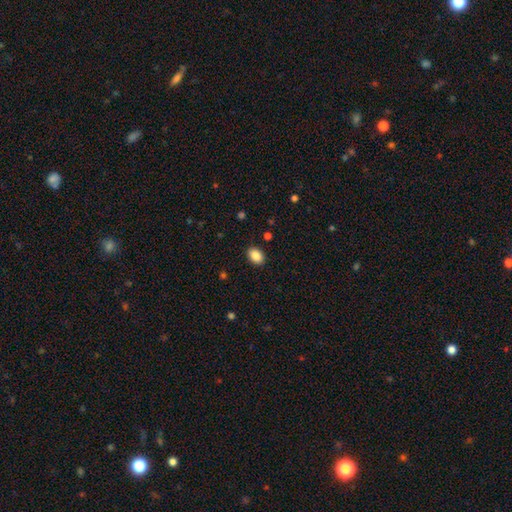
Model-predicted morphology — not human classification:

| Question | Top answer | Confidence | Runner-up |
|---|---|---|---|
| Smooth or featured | smooth | 88% | star or artifact (8%) |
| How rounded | in between | 78% | round (21%) |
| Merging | none | 89% | minor disturbance (8%) |